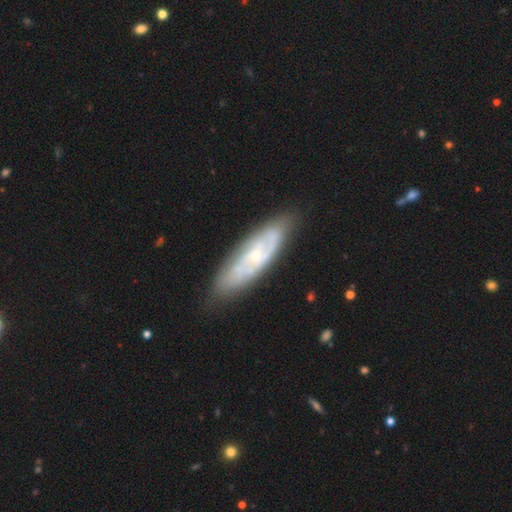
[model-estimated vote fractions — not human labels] featured or disk 72%, smooth 22%, star or artifact 6%. Down the decision tree: edge-on disk — no (81%); bar — no (66%); spiral arms — yes (79%); bulge size — small (65%); merging — none (78%).